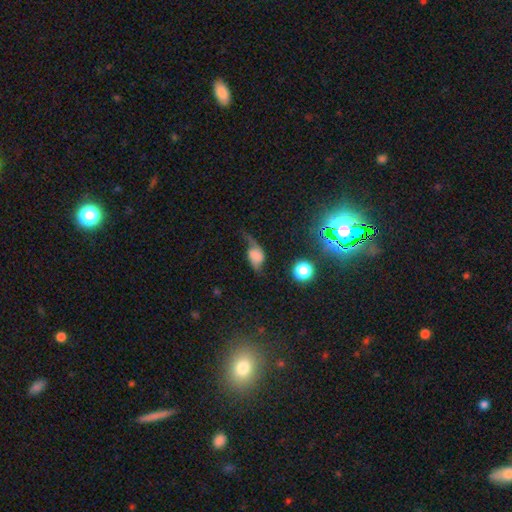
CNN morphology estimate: A featured or disk galaxy (48%).

Vote fractions:
- Smooth or featured? featured or disk: 48% / smooth: 39% / star or artifact: 13%
- Merging? none: 36% / major disturbance: 32% / minor disturbance: 28% / merger: 5%